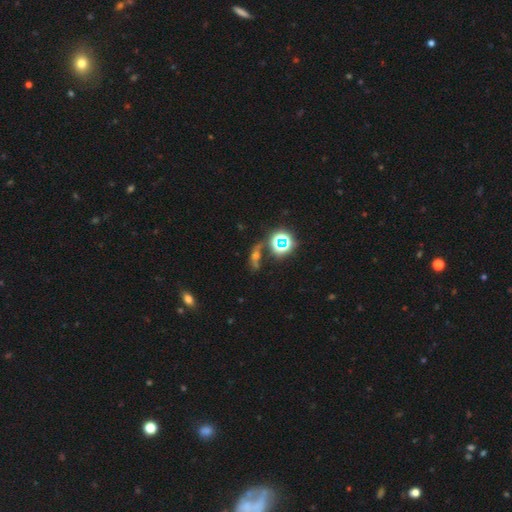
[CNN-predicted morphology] A star or artifact, not a galaxy (45%).